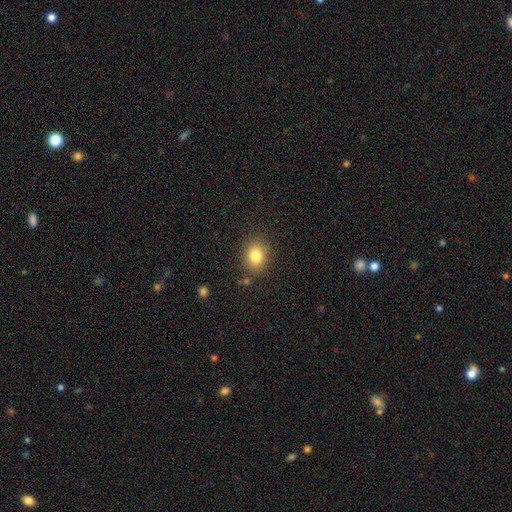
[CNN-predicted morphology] The model was most divided on "how rounded": round: 56%, in between: 43%, cigar-shaped: 1%. More confident: merging — none (84%); smooth or featured — smooth (81%).